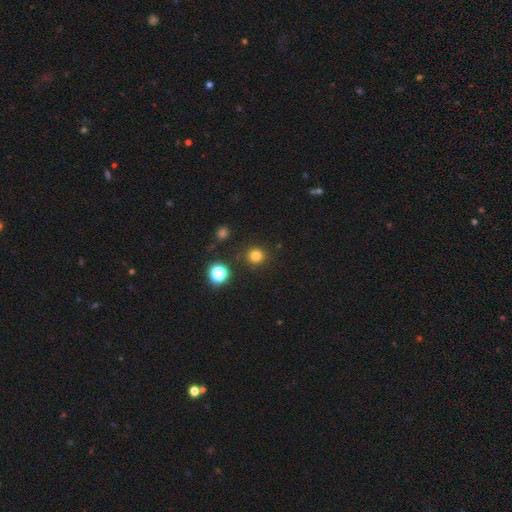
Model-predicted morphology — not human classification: smooth_or_featured: smooth (p=0.78) [alt: star or artifact p=0.17]
how_rounded: round (p=0.93) [alt: in between p=0.06]
merging: none (p=0.89) [alt: minor disturbance p=0.06]